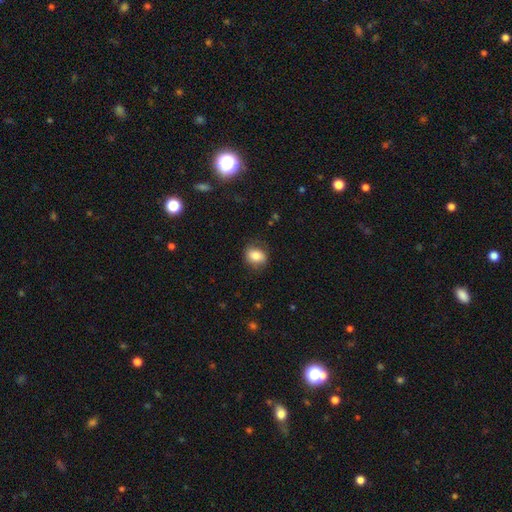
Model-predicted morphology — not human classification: type=smooth (80%); roundness=in between (54%); merging=none (78%).